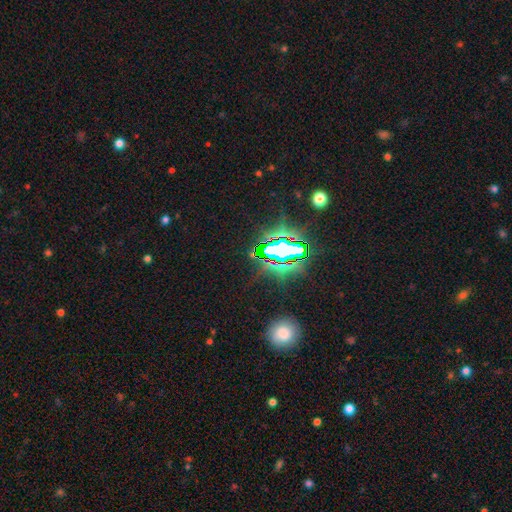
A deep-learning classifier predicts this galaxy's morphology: type=star or artifact (77%).